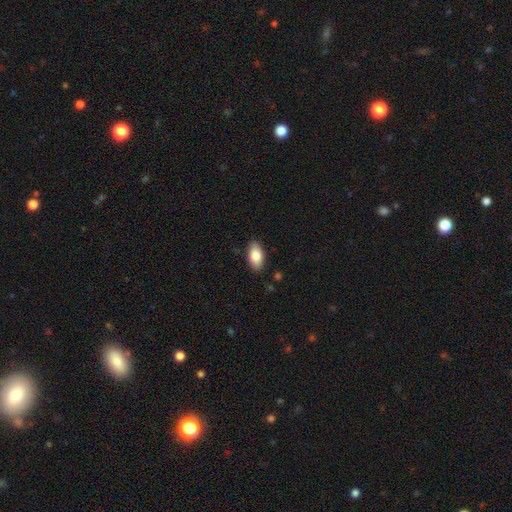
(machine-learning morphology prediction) Smooth or featured: smooth — 85% (featured or disk — 8%)
How rounded: in between — 93% (cigar-shaped — 4%)
Merging: none — 87% (minor disturbance — 10%)